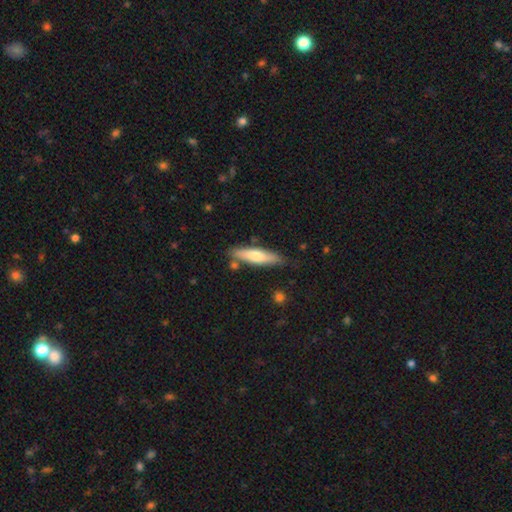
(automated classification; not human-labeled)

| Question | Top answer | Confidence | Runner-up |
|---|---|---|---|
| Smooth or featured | smooth | 59% | featured or disk (35%) |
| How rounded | cigar-shaped | 79% | in between (20%) |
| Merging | none | 81% | minor disturbance (12%) |